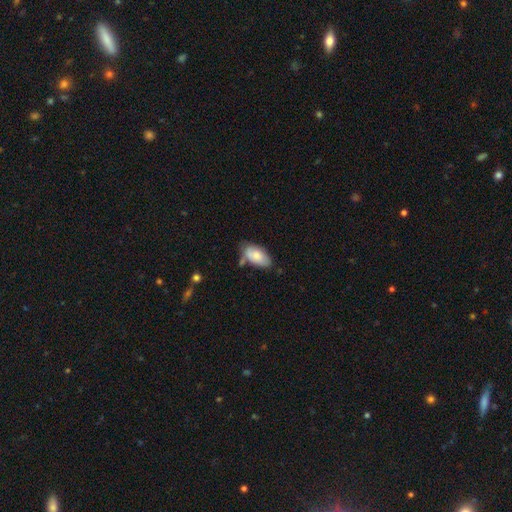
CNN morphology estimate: Smooth or featured?
  - smooth: 76% *
  - featured or disk: 18%
  - star or artifact: 6%
How rounded?
  - in between: 94% *
  - cigar-shaped: 4%
  - round: 3%
Merging?
  - none: 61% *
  - minor disturbance: 25%
  - merger: 9%
  - major disturbance: 5%